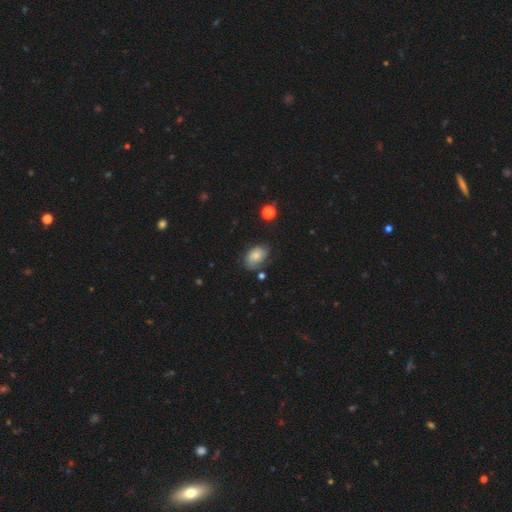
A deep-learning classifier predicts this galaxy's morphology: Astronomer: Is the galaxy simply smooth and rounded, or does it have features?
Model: smooth — 72%.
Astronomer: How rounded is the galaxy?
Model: in between — 83%.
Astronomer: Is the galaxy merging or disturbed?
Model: none — 65%.